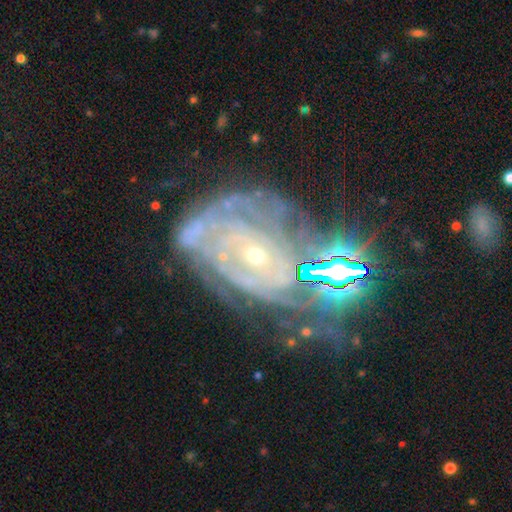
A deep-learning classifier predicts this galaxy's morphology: Smooth or featured: featured or disk — 78% (star or artifact — 14%)
Edge-on disk: no — 96% (yes — 4%)
Bar: no — 67% (weak — 22%)
Spiral arms: yes — 88% (no — 12%)
Spiral winding: tight — 71% (medium — 22%)
Spiral arm count: can't tell — 39% (2 — 21%)
Bulge size: small — 75% (moderate — 20%)
Merging: none — 44% (merger — 21%)